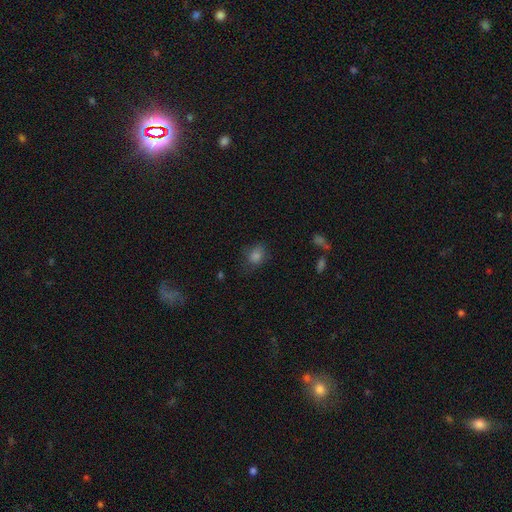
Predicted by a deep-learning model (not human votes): Q: Smooth or featured?
A: smooth (77%); runner-up: star or artifact (16%)
Q: How rounded?
A: in between (50%); runner-up: round (49%)
Q: Merging?
A: none (64%); runner-up: minor disturbance (24%)